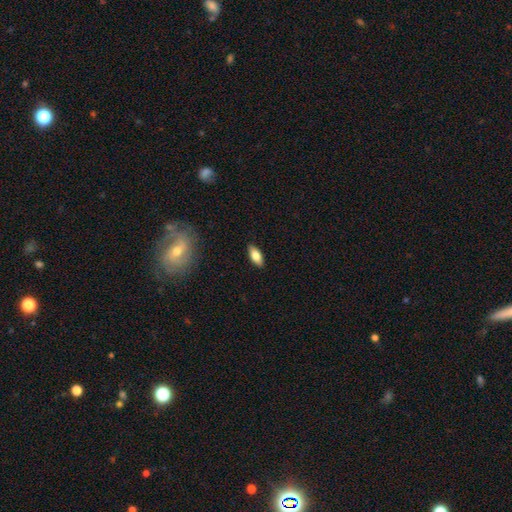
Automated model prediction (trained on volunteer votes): This appears to be a smooth galaxy with no disk features (77%) that is in between round and cigar-shaped (83%). Merging: none (89%).